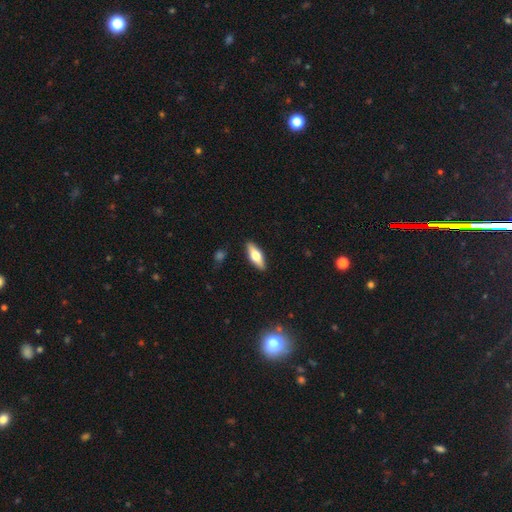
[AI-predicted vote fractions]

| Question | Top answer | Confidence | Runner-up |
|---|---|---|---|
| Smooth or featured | smooth | 59% | featured or disk (35%) |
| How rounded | in between | 60% | cigar-shaped (37%) |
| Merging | none | 89% | minor disturbance (8%) |